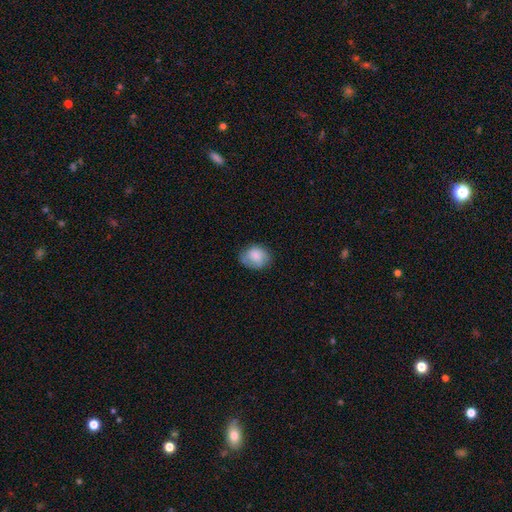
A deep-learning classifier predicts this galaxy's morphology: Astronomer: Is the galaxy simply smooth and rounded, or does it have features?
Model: smooth — 77%.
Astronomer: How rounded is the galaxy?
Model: round — 54% (runner-up: in between, 45%).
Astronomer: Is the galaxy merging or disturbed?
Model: none — 67%.